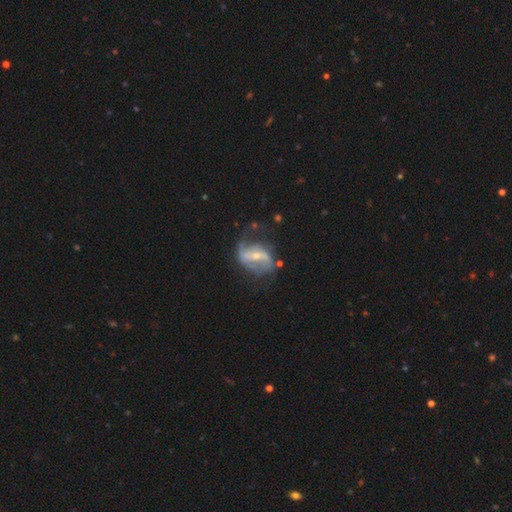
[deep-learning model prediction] A featured or disk galaxy (84%) with a strong bar (44%), 2 (84%) loose (51%) spiral arms (91%) and a small central bulge (59%).

Vote fractions:
- Smooth or featured? featured or disk: 84% / smooth: 10% / star or artifact: 6%
- Edge-on disk? no: 97% / yes: 3%
- Bar? strong: 44% / weak: 37% / no: 20%
- Spiral arms? yes: 91% / no: 9%
- Spiral winding? loose: 51% / medium: 36% / tight: 13%
- Spiral arm count? 2: 84% / can't tell: 7% / 1: 5% / 3: 2% / 4: 1% / more than 4: 1%
- Bulge size? small: 59% / moderate: 36% / none: 2% / large: 2% / dominant: 1%
- Merging? none: 55% / minor disturbance: 23% / major disturbance: 18% / merger: 3%